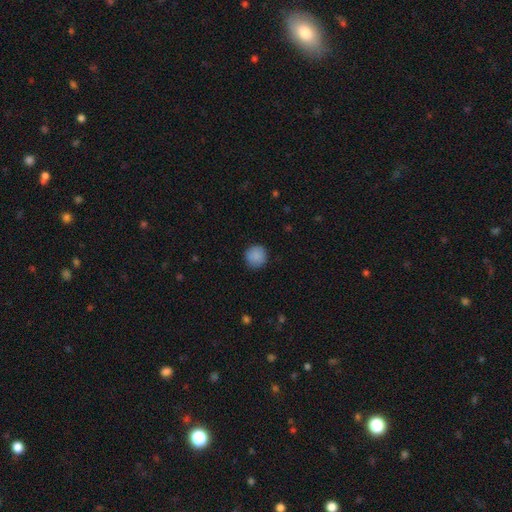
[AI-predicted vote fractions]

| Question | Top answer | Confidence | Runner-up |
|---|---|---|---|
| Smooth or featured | smooth | 88% | star or artifact (8%) |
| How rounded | round | 93% | in between (6%) |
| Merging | none | 88% | minor disturbance (9%) |